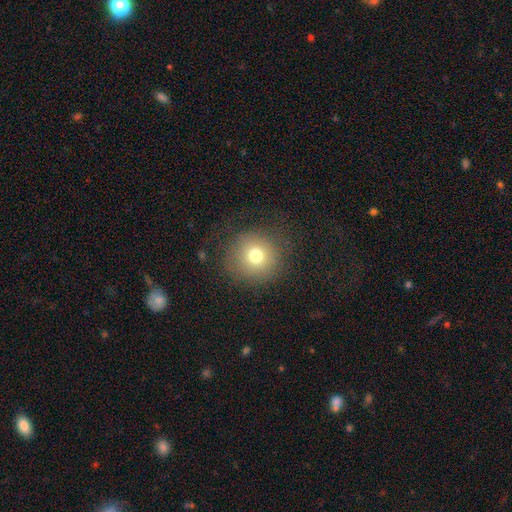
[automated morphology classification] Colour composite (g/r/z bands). It shows a smooth galaxy with no disk features (74%) that is round (93%). Merging: none (83%).